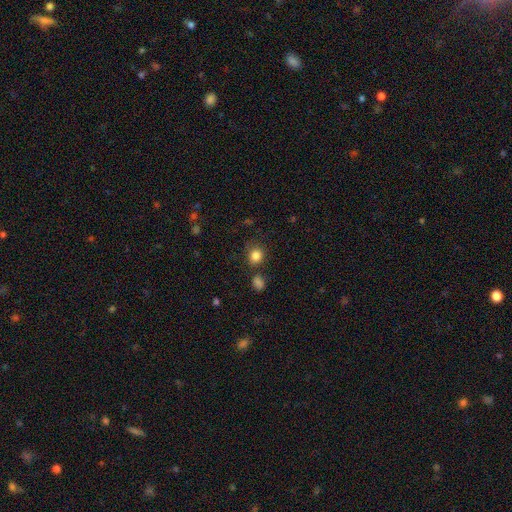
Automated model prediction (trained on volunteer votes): Smooth or featured? smooth (84%)
How rounded? round (78%)
Merging? none (75%)